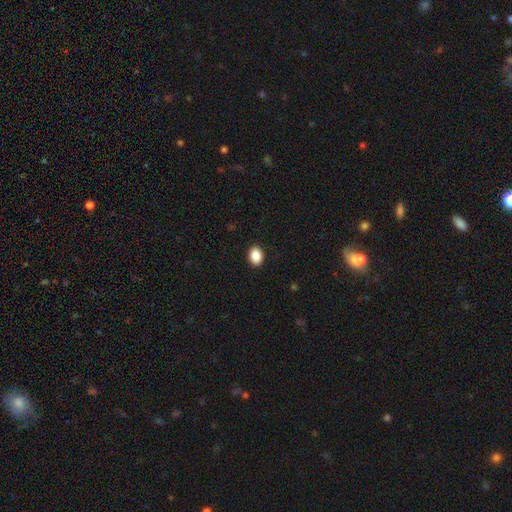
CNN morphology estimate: Smooth or featured? Predicted: smooth (p=0.88). How rounded? Predicted: in between (p=0.73). Merging? Predicted: none (p=0.90).